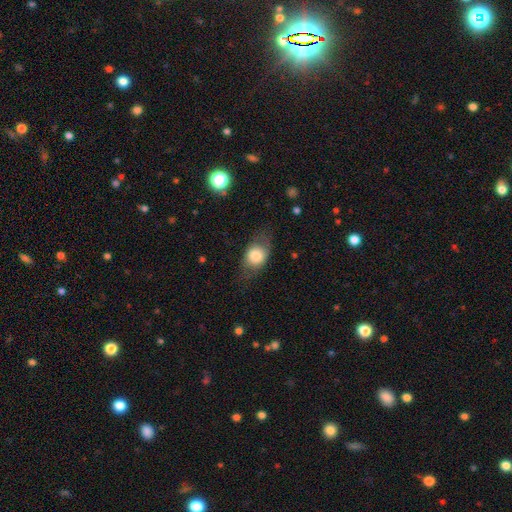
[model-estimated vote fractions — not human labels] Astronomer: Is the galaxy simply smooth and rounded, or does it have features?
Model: smooth — 72%.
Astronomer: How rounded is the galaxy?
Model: in between — 60% (runner-up: round, 38%).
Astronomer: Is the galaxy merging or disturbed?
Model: none — 67%.